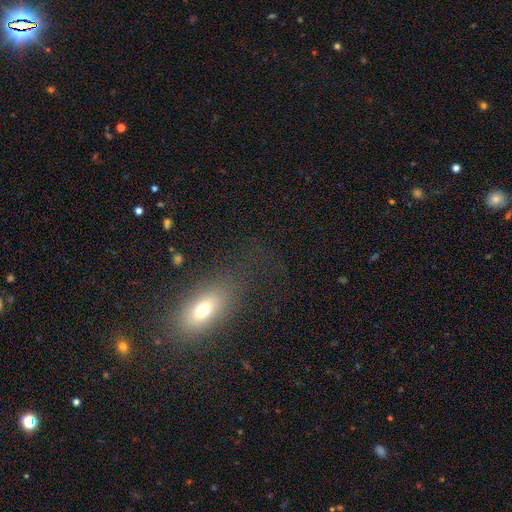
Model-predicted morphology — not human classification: Smooth or featured?
  - smooth: 62% *
  - star or artifact: 22%
  - featured or disk: 16%
How rounded?
  - in between: 73% *
  - cigar-shaped: 13%
  - round: 13%
Merging?
  - none: 69% *
  - minor disturbance: 17%
  - major disturbance: 12%
  - merger: 3%